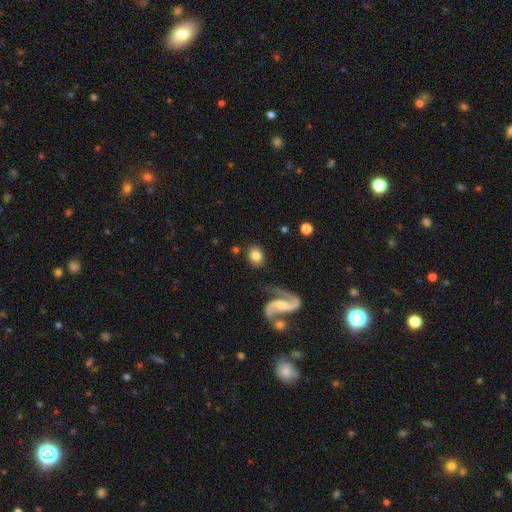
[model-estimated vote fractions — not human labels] This appears to be a smooth galaxy with no disk features (72%) that is round (49%, tied with in between). Merging: none (82%).